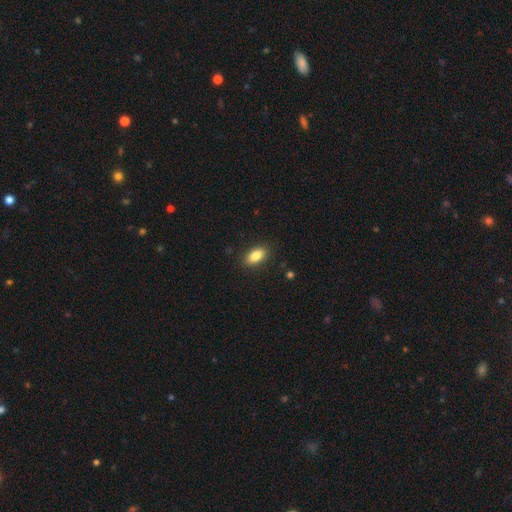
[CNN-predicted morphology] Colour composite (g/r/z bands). It shows a smooth galaxy with no disk features (85%) that is in between round and cigar-shaped (90%). Merging: none (88%).